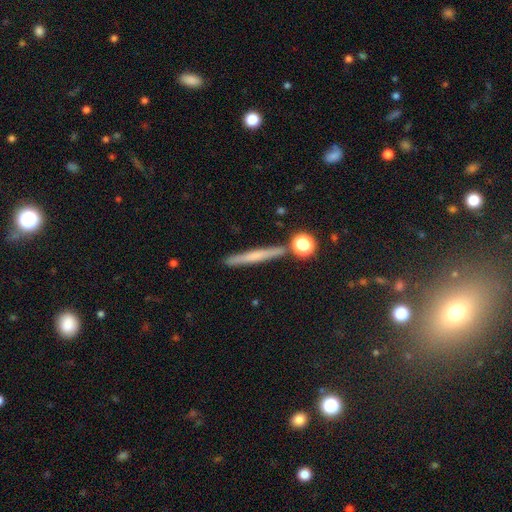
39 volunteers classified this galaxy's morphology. Smooth or featured? featured or disk (72%)
Edge-on disk? yes (100%)
Edge-on bulge? boxy (36%, tied with rounded)
Merging? none (92%)